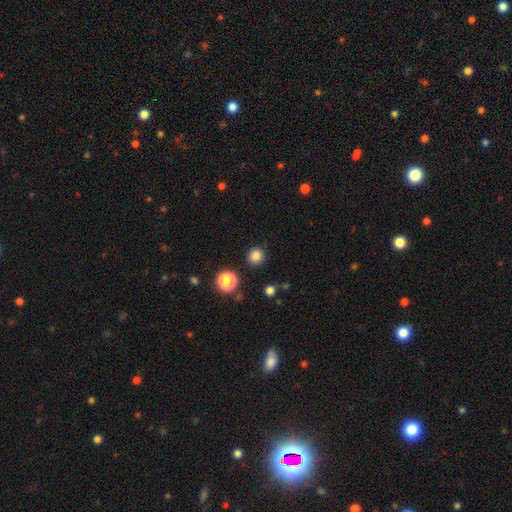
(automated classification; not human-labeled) This is clearly a smooth galaxy (83%). How rounded: clearly round (92%). Merging: clearly none (89%).